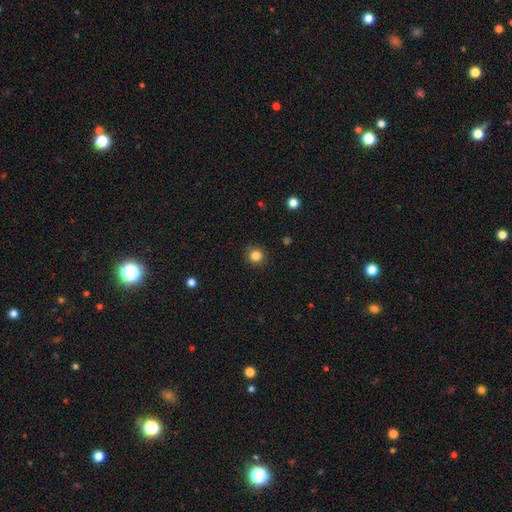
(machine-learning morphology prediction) Q: Smooth or featured?
A: smooth (84%); runner-up: star or artifact (12%)
Q: How rounded?
A: round (93%); runner-up: in between (6%)
Q: Merging?
A: none (89%); runner-up: minor disturbance (8%)